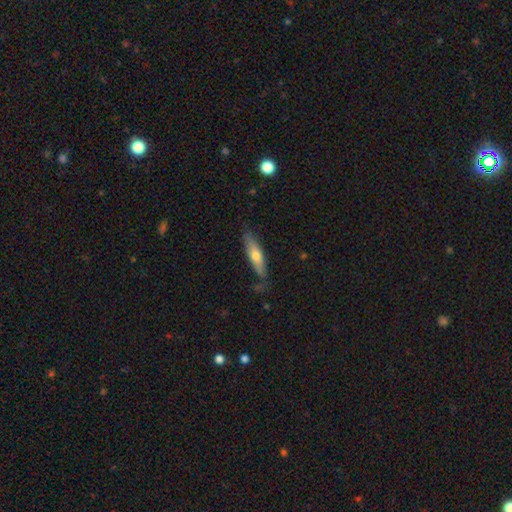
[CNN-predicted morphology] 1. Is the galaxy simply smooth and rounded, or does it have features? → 60% smooth, 34% featured or disk, 6% star or artifact.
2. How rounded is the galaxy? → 66% cigar-shaped, 33% in between, 2% round.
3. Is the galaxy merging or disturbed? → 74% none, 19% minor disturbance, 4% major disturbance, 2% merger.